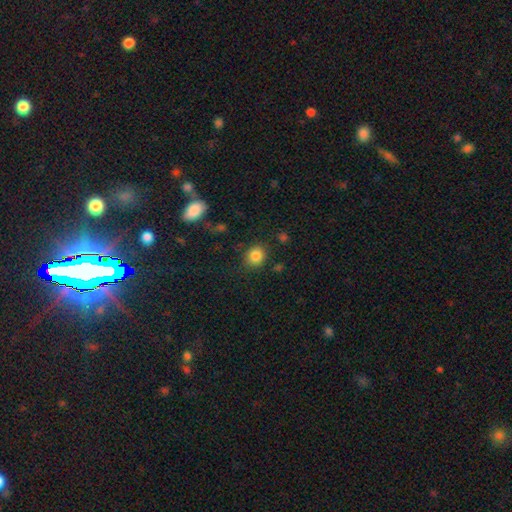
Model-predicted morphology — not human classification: type=smooth (85%); roundness=round (69%); merging=none (81%).